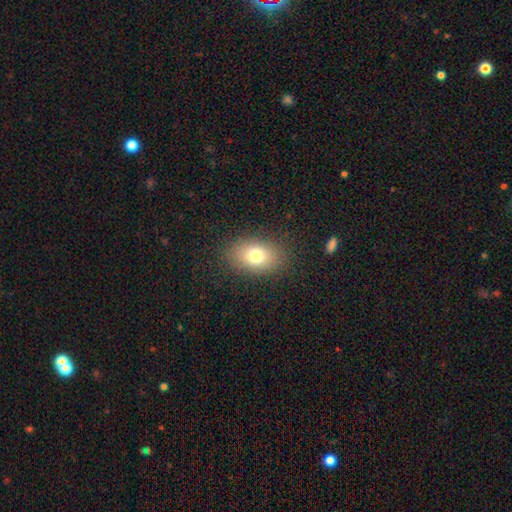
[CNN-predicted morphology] smooth 77%, featured or disk 12%, star or artifact 11%. Down the decision tree: how rounded — in between (81%); merging — none (86%).